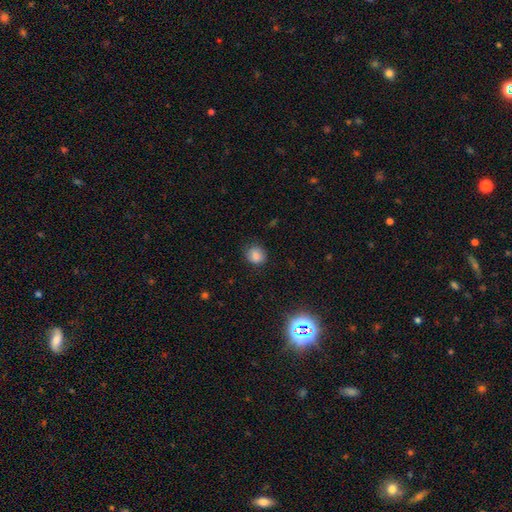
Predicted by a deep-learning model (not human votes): Morphology: type=smooth (81%); roundness=round (78%); merging=none (82%).